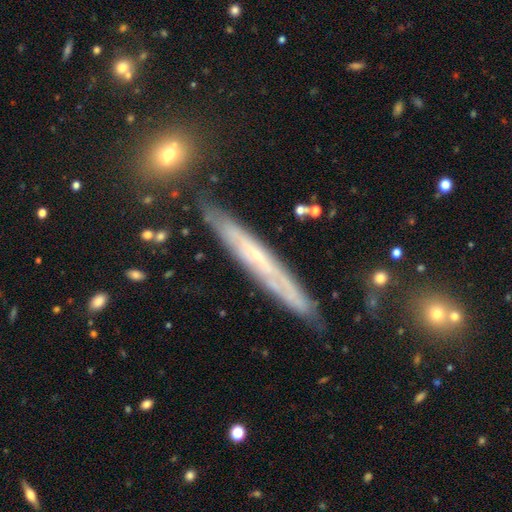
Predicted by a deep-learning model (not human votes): smooth_or_featured: featured or disk (p=0.69) [alt: smooth p=0.23]
disk_edge_on: yes (p=0.75) [alt: no p=0.25]
edge_on_bulge: none (p=0.67) [alt: rounded p=0.29]
merging: none (p=0.79) [alt: minor disturbance p=0.15]